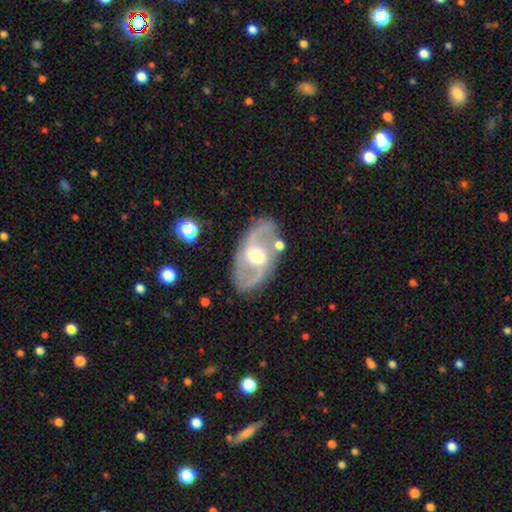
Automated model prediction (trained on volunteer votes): featured or disk 83%, smooth 12%, star or artifact 5%. Down the decision tree: edge-on disk — no (95%); bar — weak (49%); spiral arms — yes (88%); spiral arm count — 2 (88%); spiral winding — medium (53%); bulge size — moderate (68%); merging — none (79%).